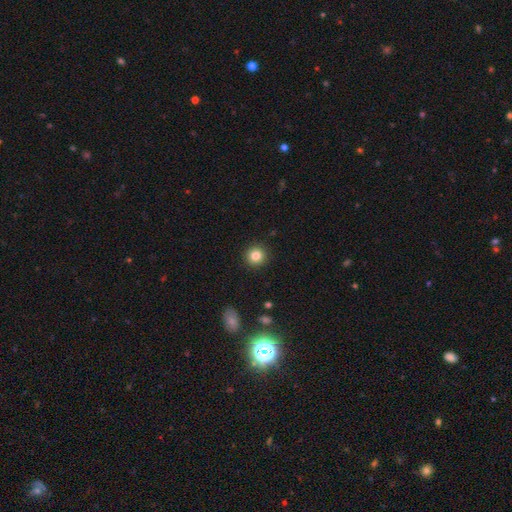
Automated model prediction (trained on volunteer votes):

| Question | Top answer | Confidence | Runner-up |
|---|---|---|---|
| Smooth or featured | smooth | 83% | star or artifact (10%) |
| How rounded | round | 93% | in between (7%) |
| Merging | none | 91% | minor disturbance (6%) |